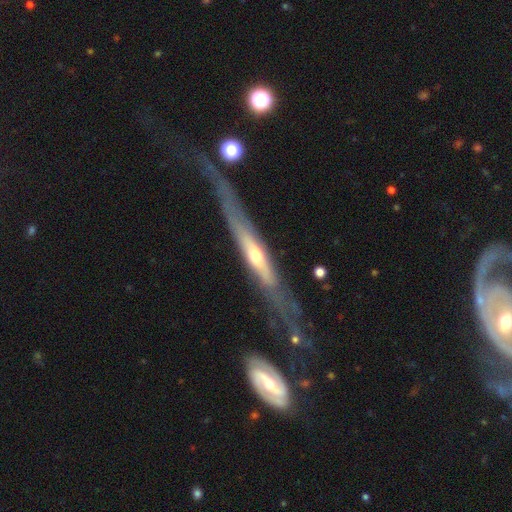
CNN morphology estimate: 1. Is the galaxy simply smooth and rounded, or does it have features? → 77% featured or disk, 18% smooth, 5% star or artifact.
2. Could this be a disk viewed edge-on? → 80% yes, 20% no.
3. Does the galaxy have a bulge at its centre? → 72% rounded, 22% none, 6% boxy.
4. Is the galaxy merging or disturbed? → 58% none, 21% minor disturbance, 15% major disturbance, 6% merger.